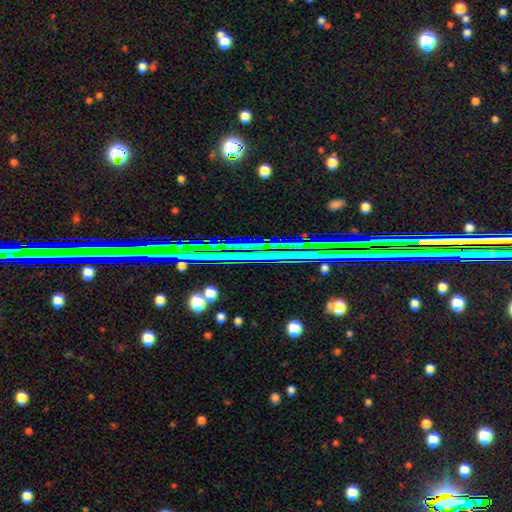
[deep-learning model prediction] A star or artifact, not a galaxy (77%).

Vote fractions:
- Smooth or featured? star or artifact: 77% / featured or disk: 13% / smooth: 10%